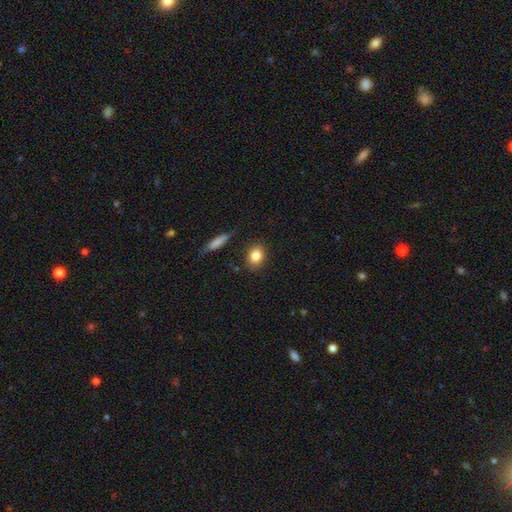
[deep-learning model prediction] The model was most divided on "how rounded": in between: 55%, round: 43%, cigar-shaped: 2%. More confident: merging — none (85%); smooth or featured — smooth (83%).